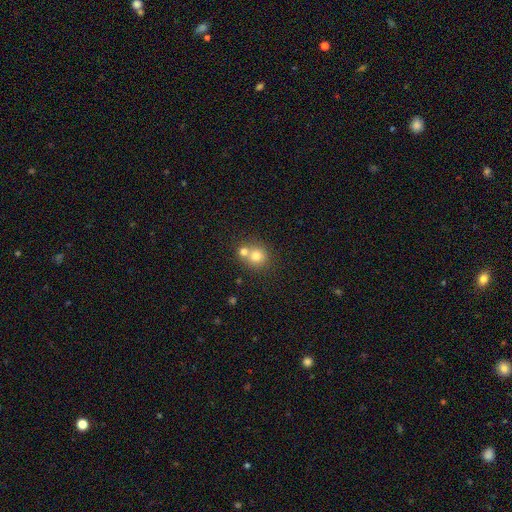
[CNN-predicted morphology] Overall: smooth (76%). How rounded: round (87%). Merging: none (46%; merger 45%).